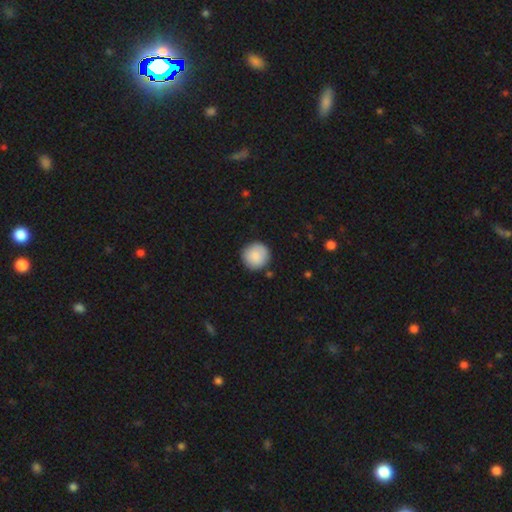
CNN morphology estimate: smooth 88%, star or artifact 7%, featured or disk 5%. Down the decision tree: how rounded — round (95%); merging — none (90%).